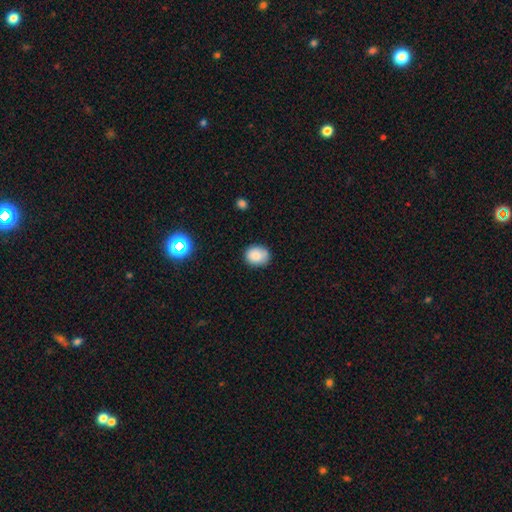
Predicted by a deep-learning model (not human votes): The model was most divided on "how rounded": round: 63%, in between: 36%, cigar-shaped: 1%. More confident: smooth or featured — smooth (84%); merging — none (79%).